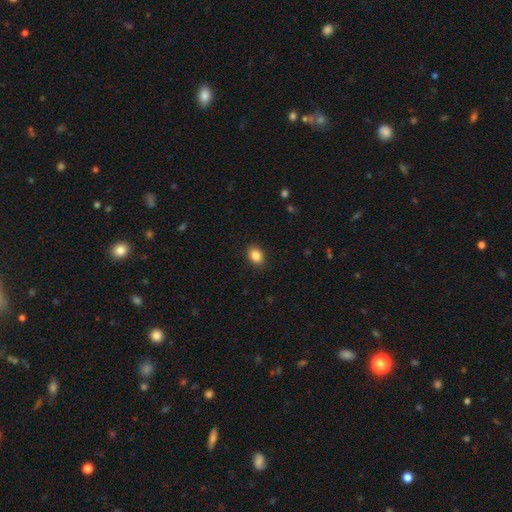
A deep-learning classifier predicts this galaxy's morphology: smooth-or-featured: smooth: 86% | star or artifact: 9% | featured or disk: 5%
  how-rounded: in between: 67% | round: 32% | cigar-shaped: 1%
  merging: none: 89% | minor disturbance: 8% | major disturbance: 2% | merger: 1%